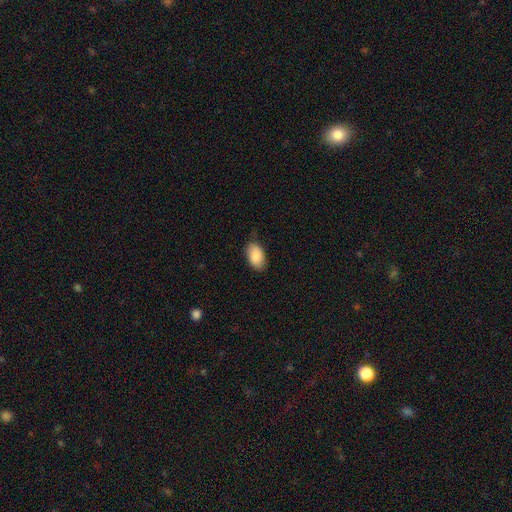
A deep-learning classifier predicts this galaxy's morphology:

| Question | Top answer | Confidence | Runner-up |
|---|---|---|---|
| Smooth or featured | smooth | 89% | star or artifact (6%) |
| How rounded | in between | 94% | round (5%) |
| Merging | none | 80% | minor disturbance (16%) |